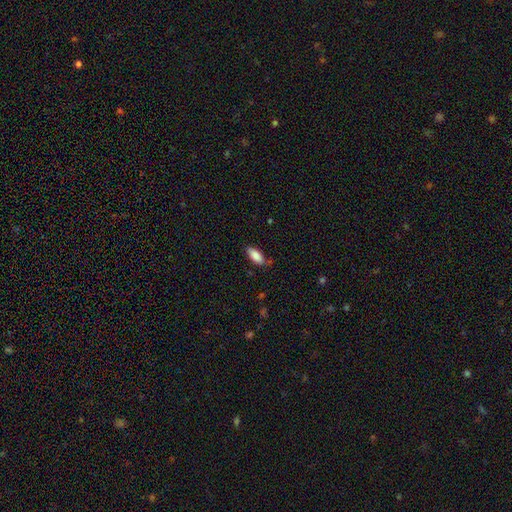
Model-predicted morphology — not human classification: The model was most divided on "merging": none: 76%, minor disturbance: 18%, major disturbance: 3%, merger: 3%. More confident: smooth or featured — smooth (86%); how rounded — in between (86%).